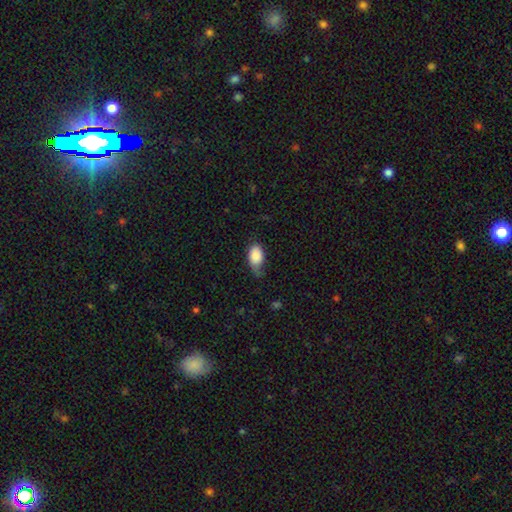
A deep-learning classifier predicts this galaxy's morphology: Smooth or featured?
  - smooth: 86% *
  - featured or disk: 7%
  - star or artifact: 7%
How rounded?
  - in between: 91% *
  - round: 8%
  - cigar-shaped: 2%
Merging?
  - minor disturbance: 42% *
  - none: 39%
  - major disturbance: 16%
  - merger: 2%